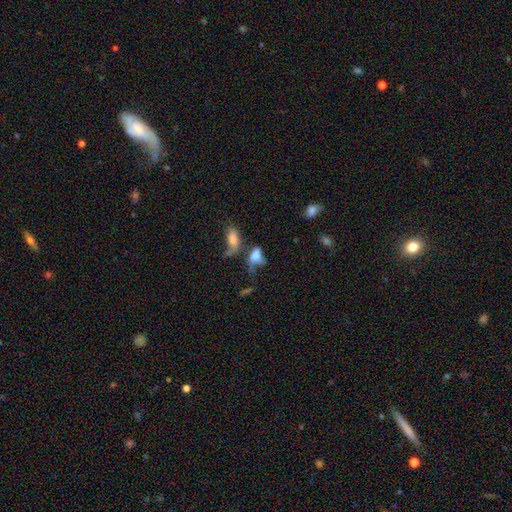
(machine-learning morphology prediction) Smooth or featured?
  - smooth: 63% *
  - featured or disk: 23%
  - star or artifact: 14%
How rounded?
  - in between: 81% *
  - round: 15%
  - cigar-shaped: 4%
Merging?
  - merger: 35% *
  - major disturbance: 26%
  - none: 23%
  - minor disturbance: 16%